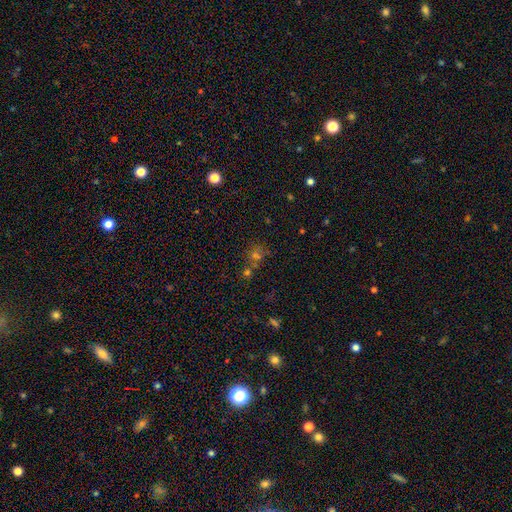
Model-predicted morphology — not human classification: This appears to be a smooth galaxy with no disk features (47%). Merging: none (55%).